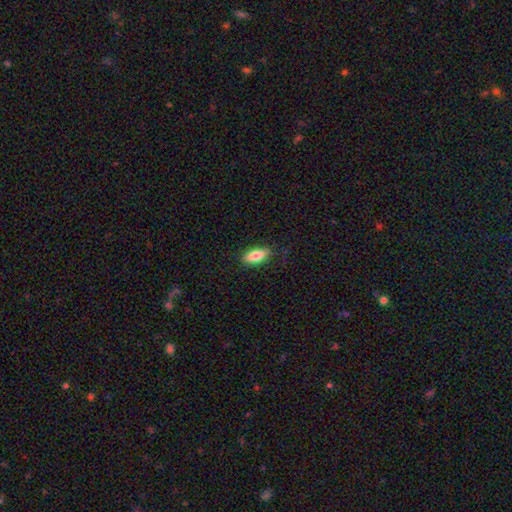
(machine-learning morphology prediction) Smooth or featured? Predicted: smooth (p=0.78). How rounded? Predicted: in between (p=0.75). Merging? Predicted: none (p=0.81).